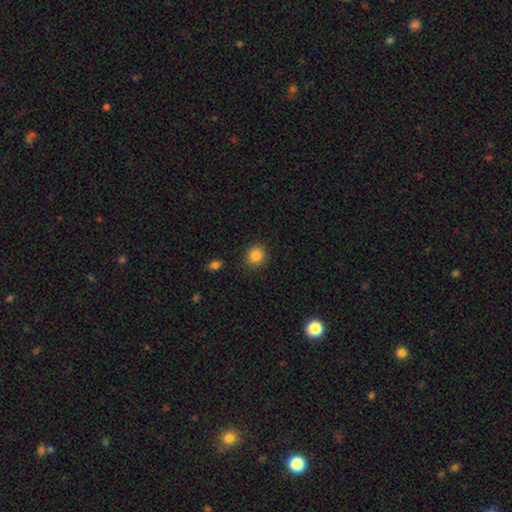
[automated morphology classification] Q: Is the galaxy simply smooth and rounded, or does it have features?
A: smooth — 86%.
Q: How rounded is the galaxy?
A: round — 87%.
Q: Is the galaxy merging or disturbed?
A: none — 89%.